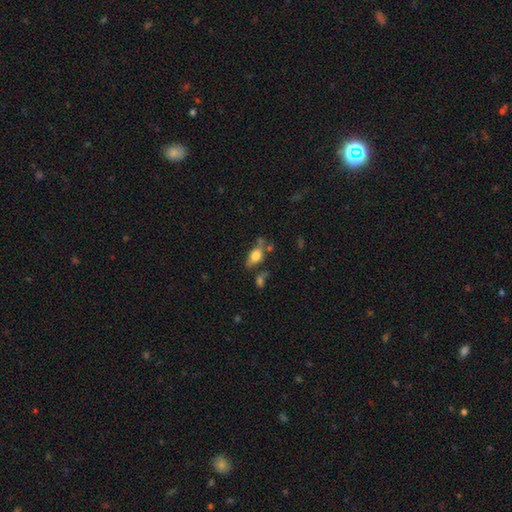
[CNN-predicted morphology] type=smooth (67%); roundness=in between (79%); merging=none (53%).